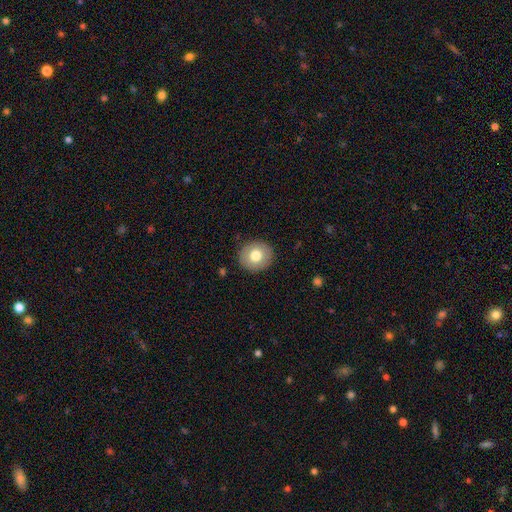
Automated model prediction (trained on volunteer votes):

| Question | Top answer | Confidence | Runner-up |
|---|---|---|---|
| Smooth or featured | smooth | 75% | featured or disk (17%) |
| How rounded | round | 83% | in between (16%) |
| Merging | none | 90% | minor disturbance (7%) |